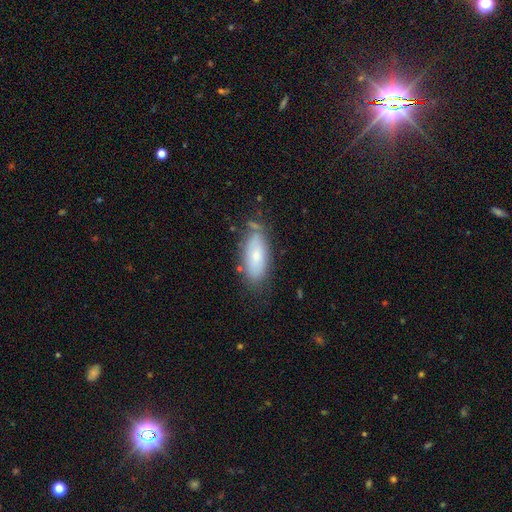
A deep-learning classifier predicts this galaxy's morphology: A smooth galaxy with no disk features (65%) that is in between round and cigar-shaped (81%).

Vote fractions:
- Smooth or featured? smooth: 65% / featured or disk: 28% / star or artifact: 8%
- How rounded? in between: 81% / cigar-shaped: 17% / round: 2%
- Merging? none: 67% / minor disturbance: 23% / major disturbance: 6% / merger: 4%